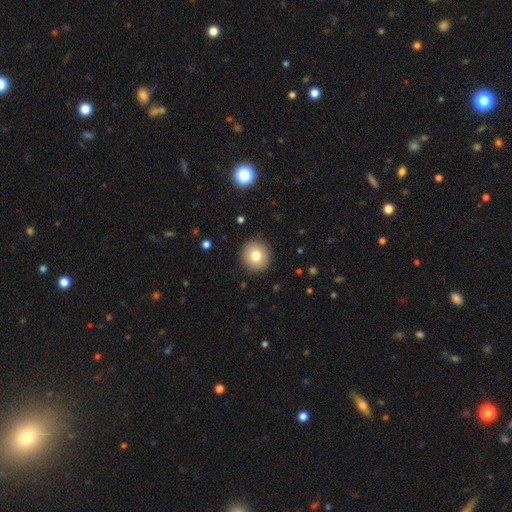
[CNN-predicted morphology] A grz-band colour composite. It shows a smooth galaxy with no disk features (78%) that is round (93%). Merging: none (91%).